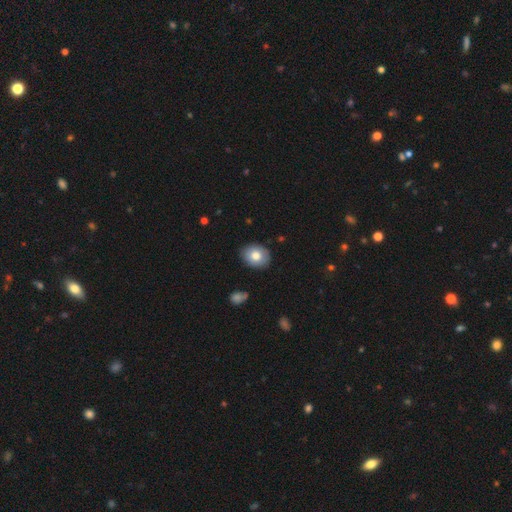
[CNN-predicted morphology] Overall: smooth (77%). How rounded: in between (52%; round 47%). Merging: none (86%).